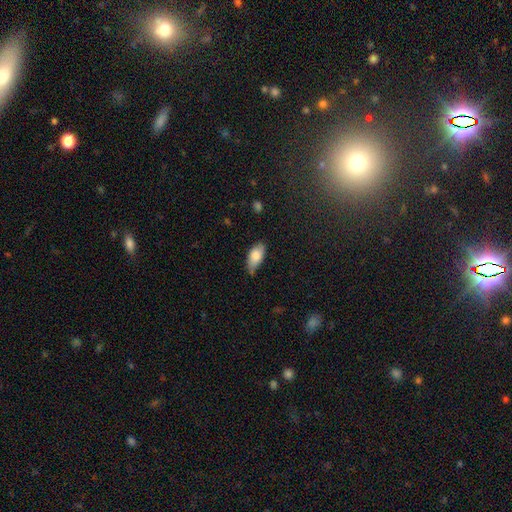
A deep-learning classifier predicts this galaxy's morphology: Smooth or featured? smooth (80%)
How rounded? in between (89%)
Merging? none (60%)